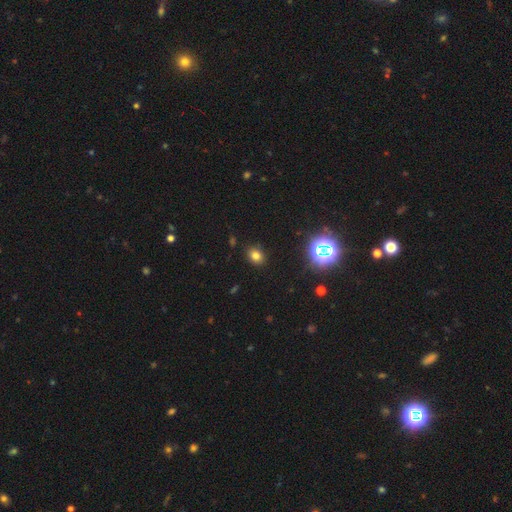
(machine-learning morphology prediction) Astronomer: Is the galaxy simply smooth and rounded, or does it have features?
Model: smooth — 75%.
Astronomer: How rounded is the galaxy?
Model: round — 50% (runner-up: in between, 49%).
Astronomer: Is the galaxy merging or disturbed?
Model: none — 88%.